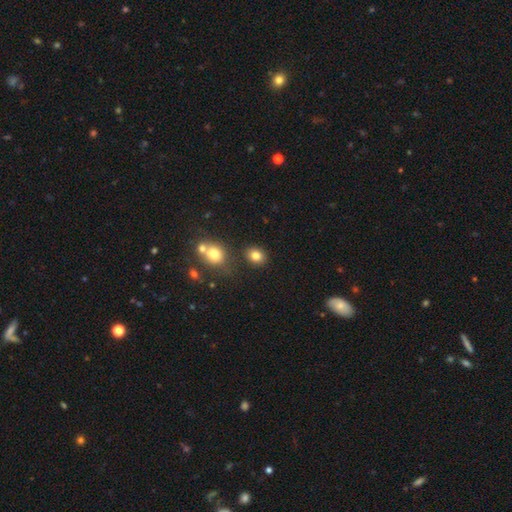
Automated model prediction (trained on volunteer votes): This appears to be a smooth galaxy with no disk features (81%) that is round (60%). Merging: none (81%).